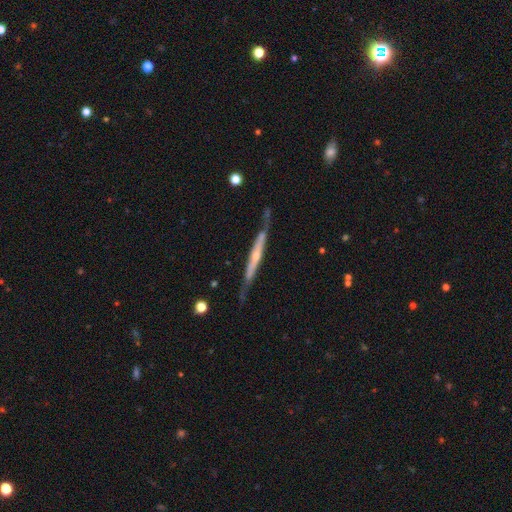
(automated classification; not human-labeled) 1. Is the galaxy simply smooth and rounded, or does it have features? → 75% featured or disk, 20% smooth, 5% star or artifact.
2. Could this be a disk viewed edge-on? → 90% yes, 10% no.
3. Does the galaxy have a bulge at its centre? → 51% rounded, 41% none, 8% boxy.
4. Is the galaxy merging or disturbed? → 68% none, 23% minor disturbance, 6% major disturbance, 3% merger.